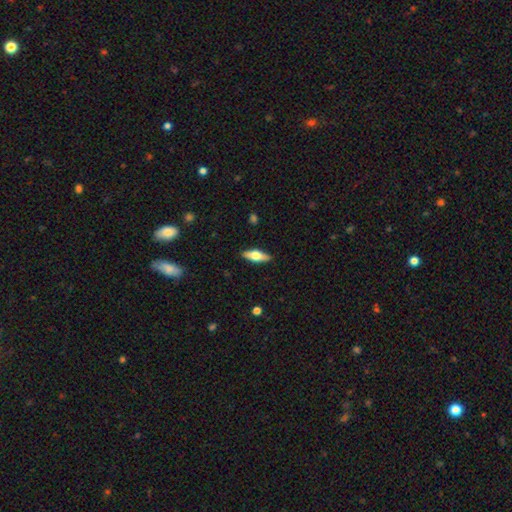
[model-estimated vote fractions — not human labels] A smooth galaxy with no disk features (52%) that is in between round and cigar-shaped (60%).

Vote fractions:
- Smooth or featured? smooth: 52% / featured or disk: 42% / star or artifact: 6%
- How rounded? in between: 60% / cigar-shaped: 37% / round: 3%
- Merging? none: 89% / minor disturbance: 8% / major disturbance: 2% / merger: 1%